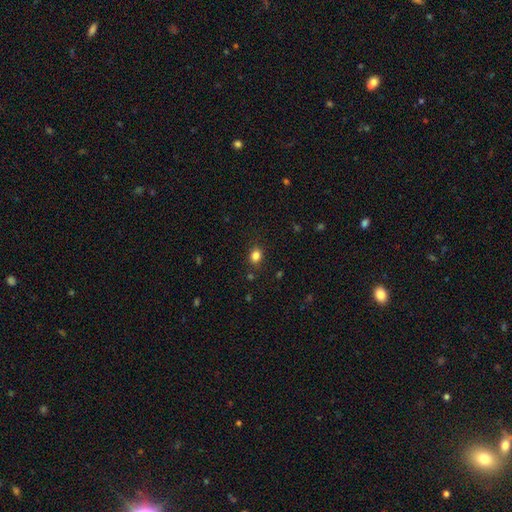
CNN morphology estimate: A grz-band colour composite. It shows a smooth galaxy with no disk features (83%) that is round (52%). Merging: none (84%).